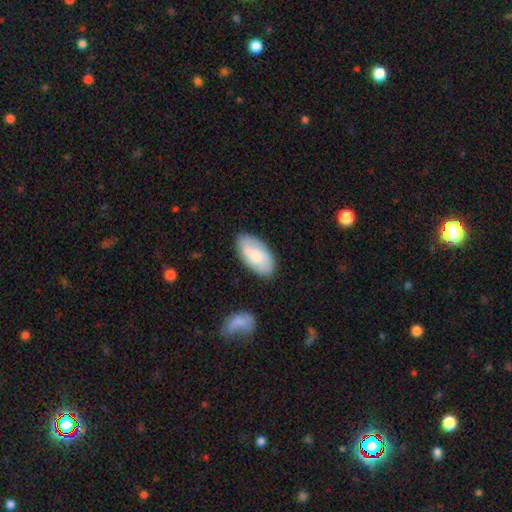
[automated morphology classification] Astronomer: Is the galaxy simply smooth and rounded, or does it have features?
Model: smooth — 63%.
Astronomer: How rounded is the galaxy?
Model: in between — 94%.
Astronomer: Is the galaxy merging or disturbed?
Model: none — 75%.